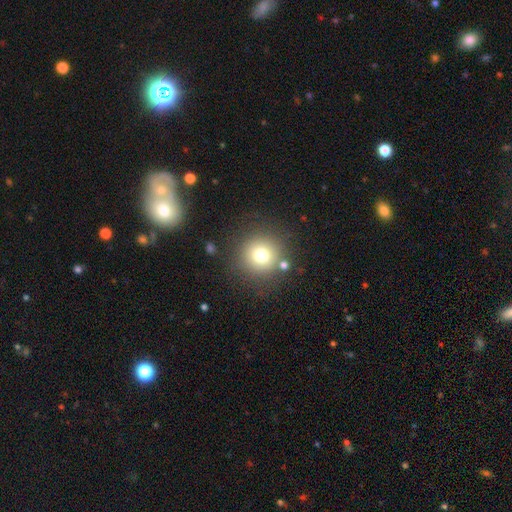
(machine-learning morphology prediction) Smooth or featured? smooth (52%)
How rounded? round (91%)
Merging? none (80%)